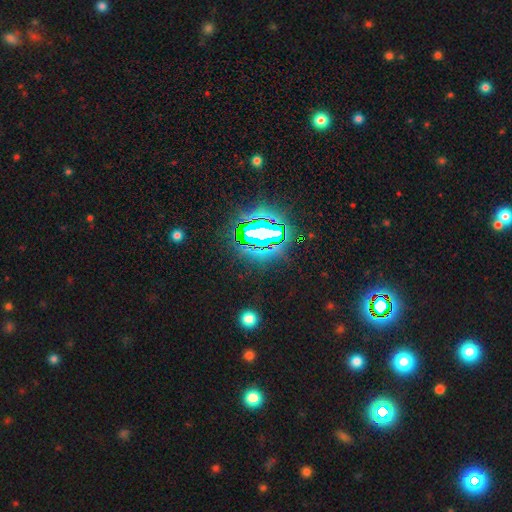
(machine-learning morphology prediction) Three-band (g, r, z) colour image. It shows a star or artifact, not a galaxy (82%).